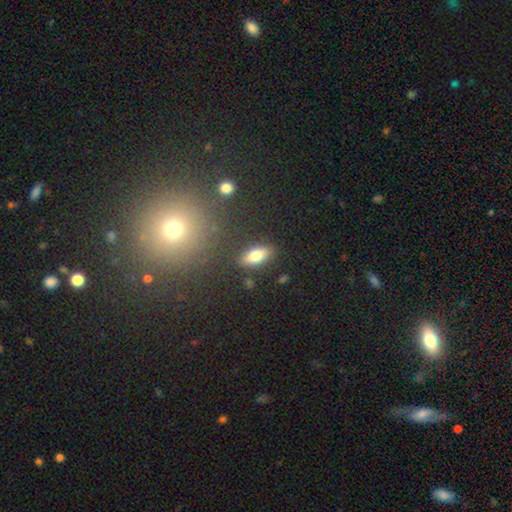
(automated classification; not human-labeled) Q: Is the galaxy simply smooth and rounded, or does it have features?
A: smooth — 76%.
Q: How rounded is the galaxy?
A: in between — 80%.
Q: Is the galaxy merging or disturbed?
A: none — 84%.